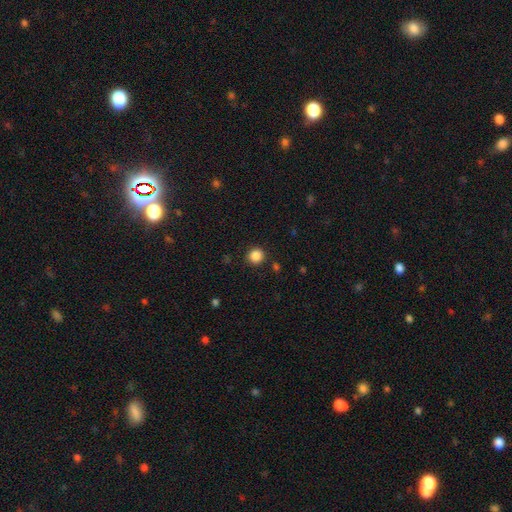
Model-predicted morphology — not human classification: This appears to be a smooth galaxy with no disk features (86%) that is round (92%). Merging: none (90%).